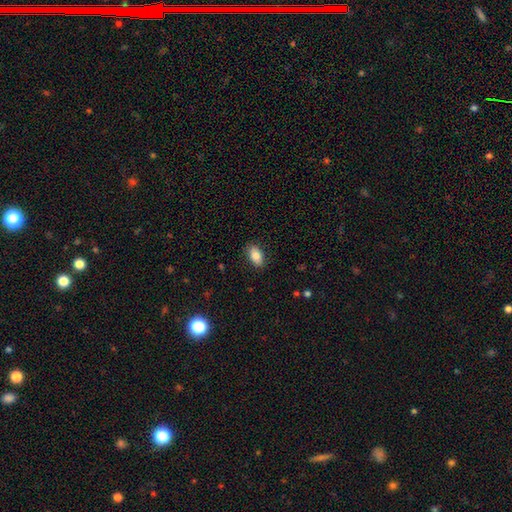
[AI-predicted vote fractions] smooth 82%, featured or disk 10%, star or artifact 8%. Down the decision tree: how rounded — in between (90%); merging — none (87%).